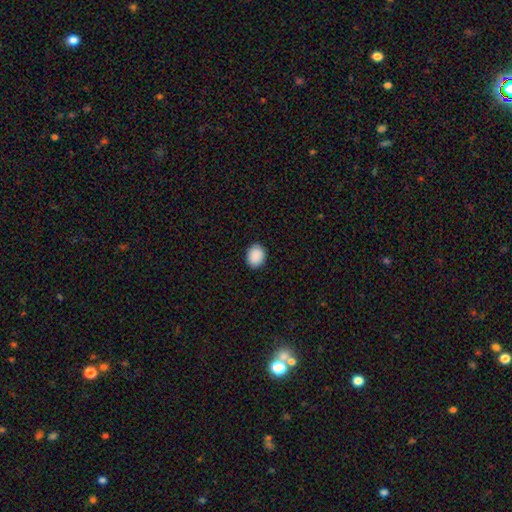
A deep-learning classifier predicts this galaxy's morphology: type=smooth (90%); roundness=in between (51%); merging=none (90%).